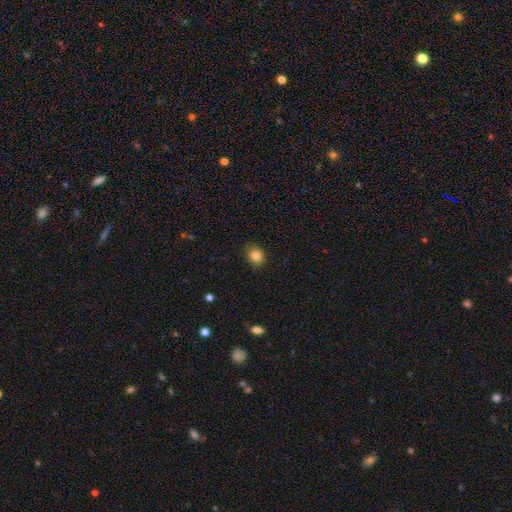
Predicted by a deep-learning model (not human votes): smooth 85%, star or artifact 10%, featured or disk 5%. Down the decision tree: how rounded — in between (50%); merging — none (86%).